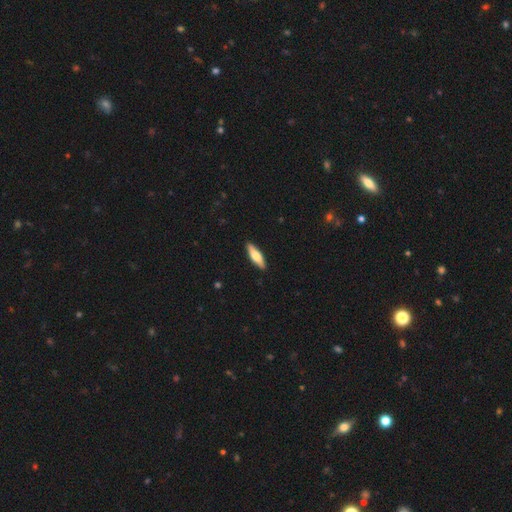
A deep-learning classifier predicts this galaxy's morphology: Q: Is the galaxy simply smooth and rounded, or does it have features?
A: smooth — 57%.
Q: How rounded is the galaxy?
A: cigar-shaped — 60%.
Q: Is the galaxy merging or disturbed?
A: none — 90%.